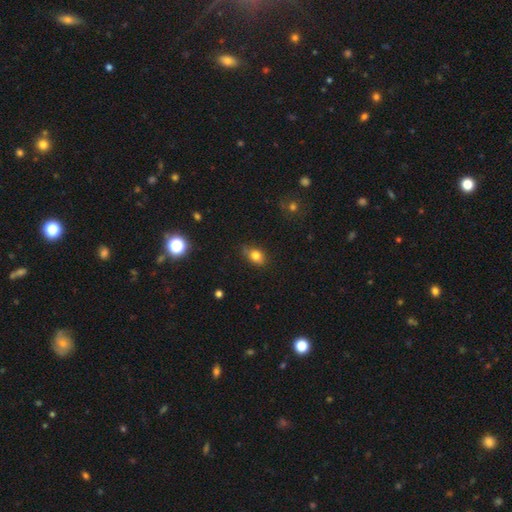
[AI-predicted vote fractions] A smooth galaxy with no disk features (77%) that is in between round and cigar-shaped (71%).

Vote fractions:
- Smooth or featured? smooth: 77% / featured or disk: 12% / star or artifact: 11%
- How rounded? in between: 71% / round: 26% / cigar-shaped: 3%
- Merging? none: 72% / minor disturbance: 22% / major disturbance: 4% / merger: 2%